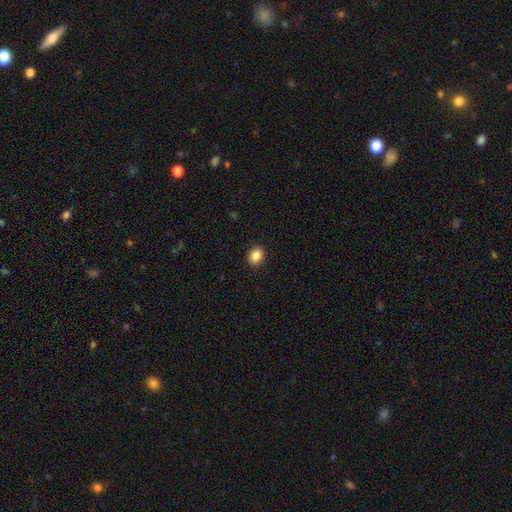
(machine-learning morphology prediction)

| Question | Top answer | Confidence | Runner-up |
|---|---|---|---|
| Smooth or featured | smooth | 87% | star or artifact (9%) |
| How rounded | round | 52% | in between (47%) |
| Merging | none | 91% | minor disturbance (6%) |